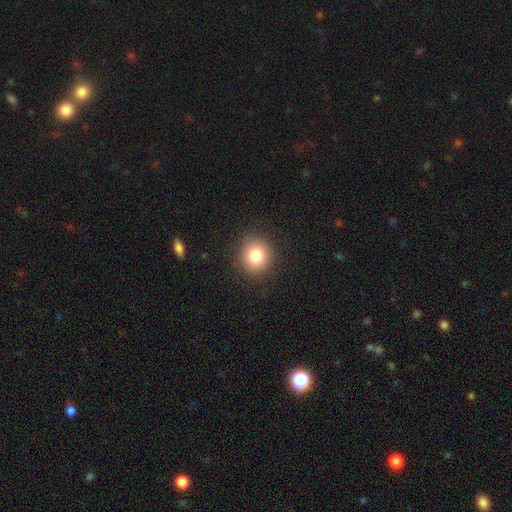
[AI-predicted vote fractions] smooth_or_featured: smooth (p=0.82) [alt: star or artifact p=0.11]
how_rounded: round (p=0.88) [alt: in between p=0.11]
merging: none (p=0.90) [alt: minor disturbance p=0.06]